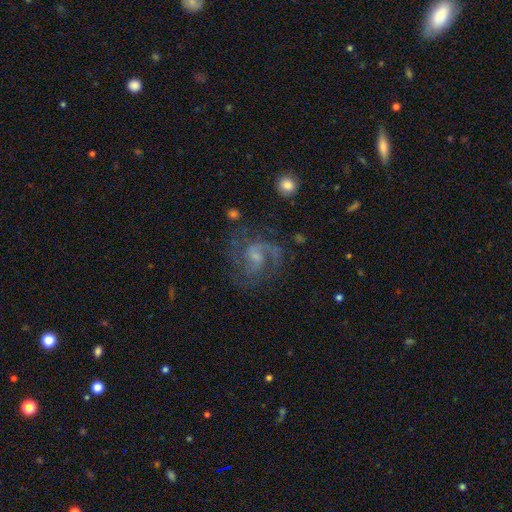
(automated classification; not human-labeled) The model was most divided on "bar": weak: 47%, no: 46%, strong: 7%. More confident: edge-on disk — no (98%); spiral arms — yes (95%); smooth or featured — featured or disk (85%); merging — none (63%); spiral arm count — 2 (59%); bulge size — small (58%); spiral winding — medium (54%).